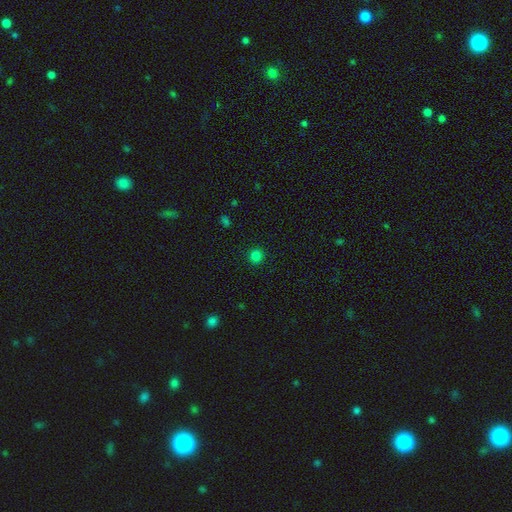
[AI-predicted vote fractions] Smooth or featured: smooth — 81% (star or artifact — 16%)
How rounded: round — 92% (in between — 7%)
Merging: none — 92% (minor disturbance — 5%)